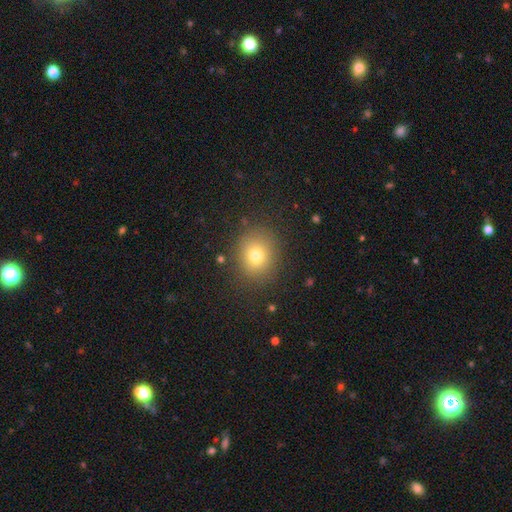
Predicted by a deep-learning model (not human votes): Smooth or featured: smooth — 75% (star or artifact — 15%)
How rounded: round — 73% (in between — 26%)
Merging: none — 86% (minor disturbance — 9%)